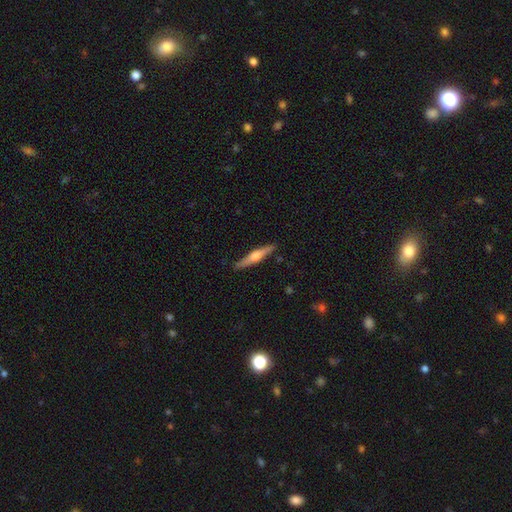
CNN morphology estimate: A featured or disk galaxy (63%) viewed edge-on (97%) with a rounded central bulge (87%). Merging: none (88%).